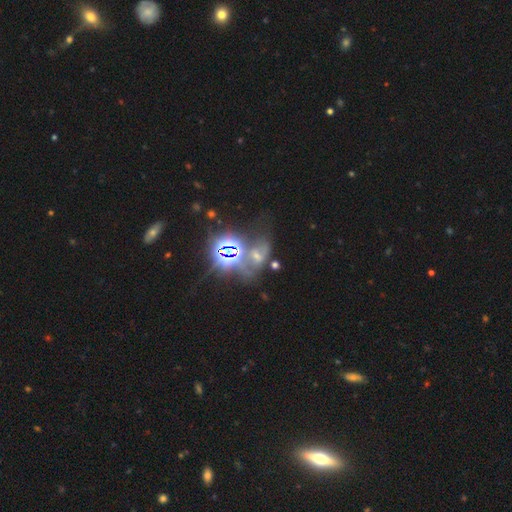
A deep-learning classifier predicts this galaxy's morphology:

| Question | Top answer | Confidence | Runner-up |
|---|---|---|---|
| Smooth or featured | star or artifact | 72% | featured or disk (14%) |